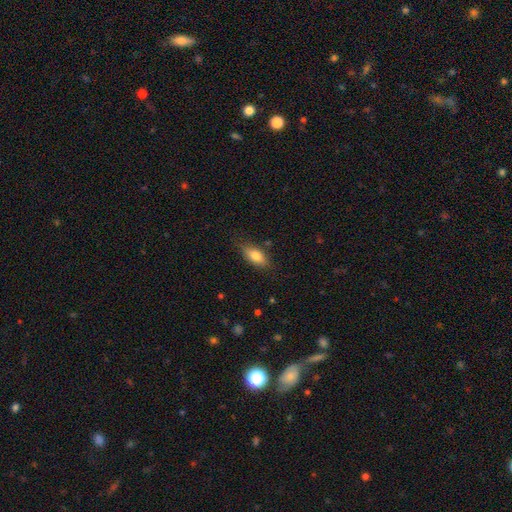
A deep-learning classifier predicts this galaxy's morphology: Overall: smooth (77%). How rounded: in between (82%). Merging: none (78%).